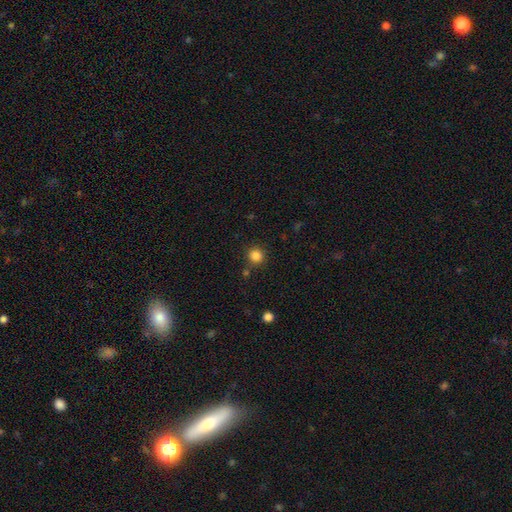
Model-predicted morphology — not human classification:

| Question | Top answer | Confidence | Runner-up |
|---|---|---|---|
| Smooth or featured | smooth | 85% | star or artifact (12%) |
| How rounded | round | 93% | in between (6%) |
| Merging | none | 86% | minor disturbance (7%) |